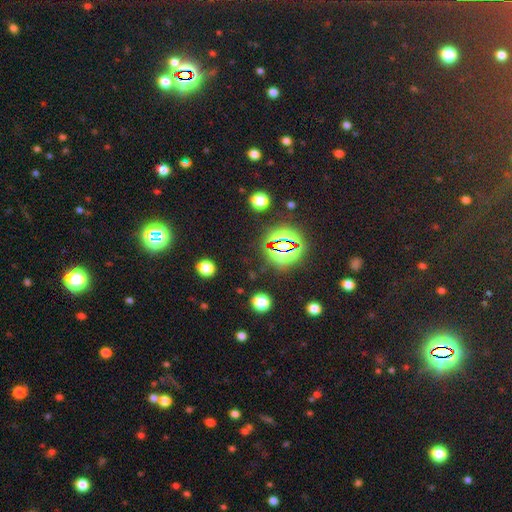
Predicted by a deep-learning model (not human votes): This appears to be a star or artifact, not a galaxy (80%).